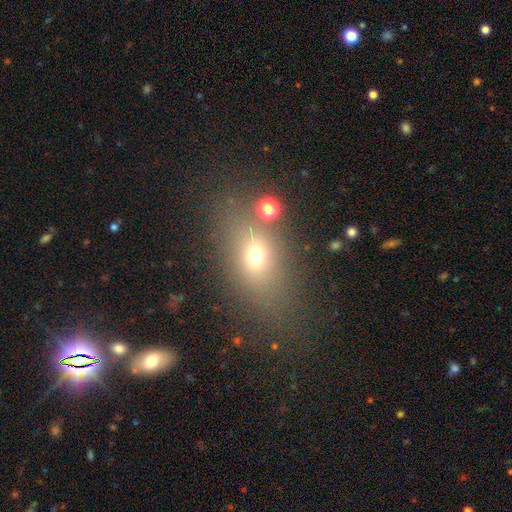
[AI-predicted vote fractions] smooth_or_featured: smooth (p=0.65) [alt: star or artifact p=0.18]
how_rounded: in between (p=0.69) [alt: round p=0.26]
merging: none (p=0.72) [alt: minor disturbance p=0.14]